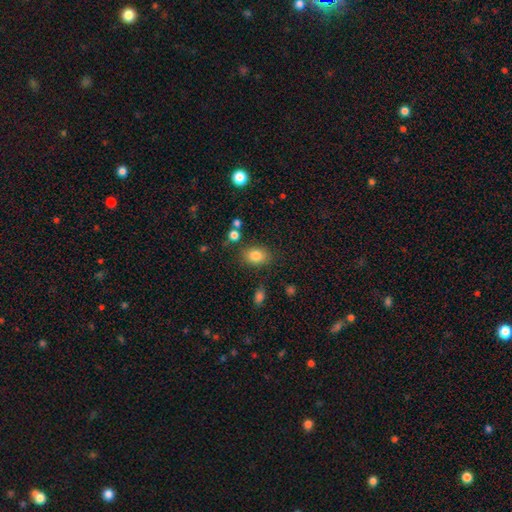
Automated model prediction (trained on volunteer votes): A smooth galaxy with no disk features (83%) that is in between round and cigar-shaped (71%).

Vote fractions:
- Smooth or featured? smooth: 83% / star or artifact: 10% / featured or disk: 8%
- How rounded? in between: 71% / round: 28% / cigar-shaped: 1%
- Merging? none: 79% / minor disturbance: 12% / merger: 5% / major disturbance: 4%